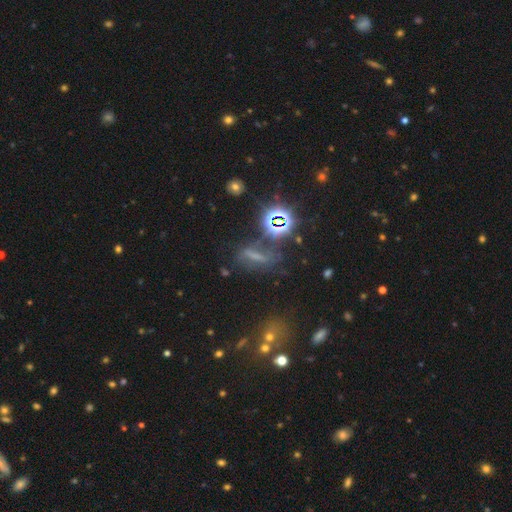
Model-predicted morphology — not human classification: Overall: star or artifact (42%; smooth 36%).